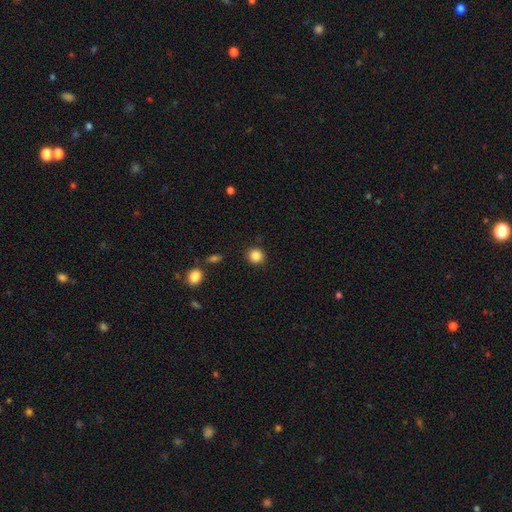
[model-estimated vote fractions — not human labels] This appears to be a smooth galaxy with no disk features (87%) that is round (90%). Merging: none (89%).